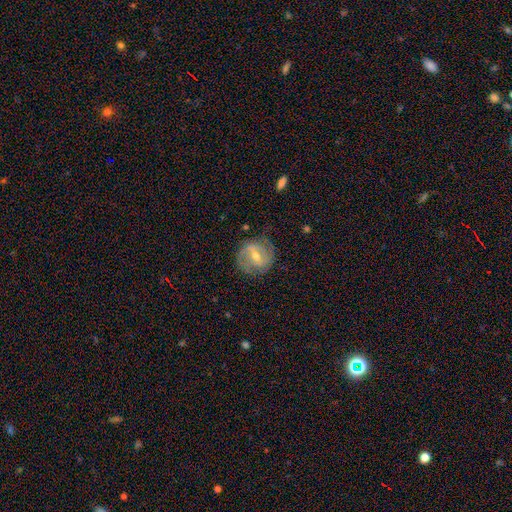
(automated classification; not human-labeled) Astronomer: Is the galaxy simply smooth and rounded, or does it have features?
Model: featured or disk — 76%.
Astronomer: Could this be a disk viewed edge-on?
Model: no — 96%.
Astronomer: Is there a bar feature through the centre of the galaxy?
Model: weak — 47% (runner-up: strong, 38%).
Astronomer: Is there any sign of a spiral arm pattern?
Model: yes — 84%.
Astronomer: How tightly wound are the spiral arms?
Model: tight — 42% (runner-up: medium, 41%).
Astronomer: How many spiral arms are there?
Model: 2 — 73%.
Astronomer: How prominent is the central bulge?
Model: moderate — 55% (runner-up: small, 41%).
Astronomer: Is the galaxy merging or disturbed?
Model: none — 74%.